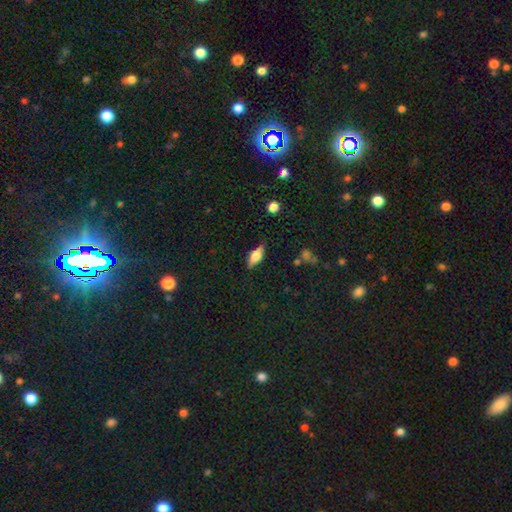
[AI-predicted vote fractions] Smooth or featured: smooth — 57% (featured or disk — 35%)
How rounded: in between — 74% (cigar-shaped — 22%)
Merging: none — 80% (minor disturbance — 15%)